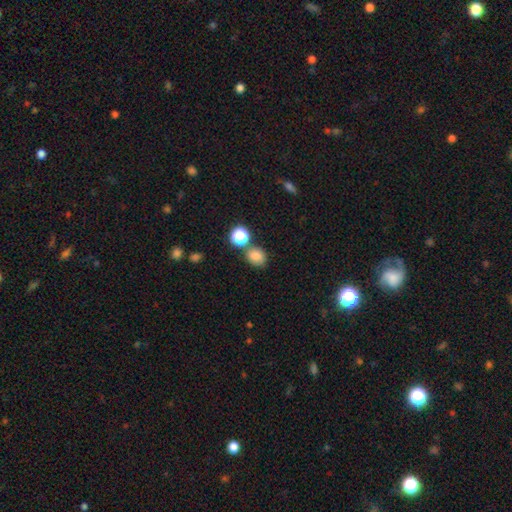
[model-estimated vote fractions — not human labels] A smooth galaxy with no disk features (79%) that is round (60%).

Vote fractions:
- Smooth or featured? smooth: 79% / star or artifact: 14% / featured or disk: 7%
- How rounded? round: 60% / in between: 39% / cigar-shaped: 1%
- Merging? none: 66% / merger: 16% / minor disturbance: 14% / major disturbance: 4%